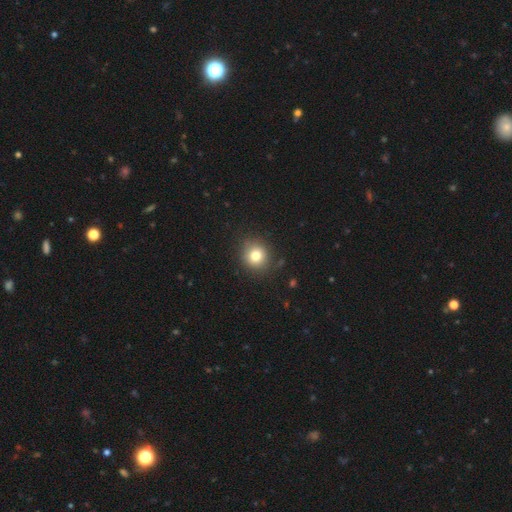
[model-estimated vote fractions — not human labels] A smooth galaxy with no disk features (79%) that is round (88%). Merging: none (86%).